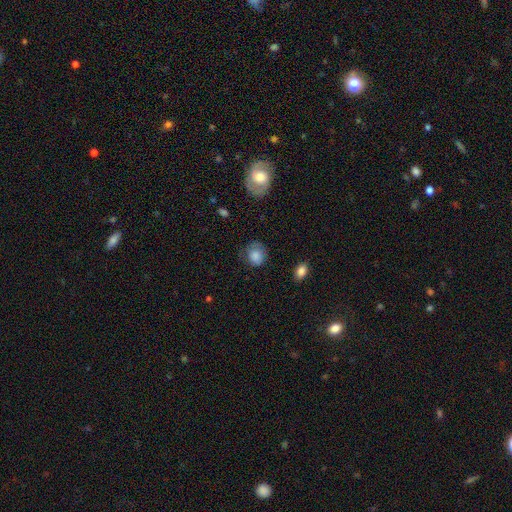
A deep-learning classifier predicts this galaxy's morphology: Smooth or featured? Predicted: smooth (p=0.80). How rounded? Predicted: round (p=0.74). Merging? Predicted: none (p=0.60).